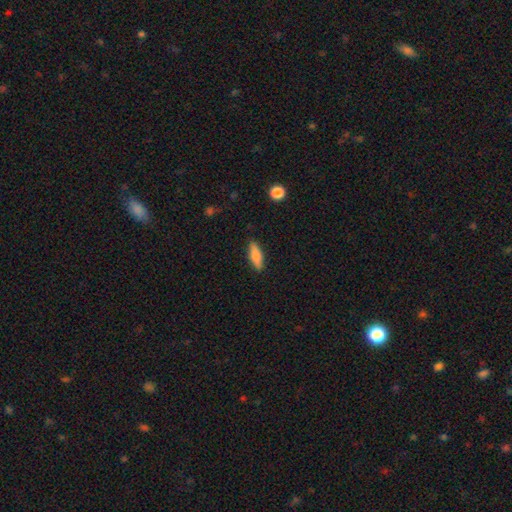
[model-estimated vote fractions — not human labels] This appears to be a smooth galaxy with no disk features (77%) that is in between round and cigar-shaped (50%). Merging: none (87%).